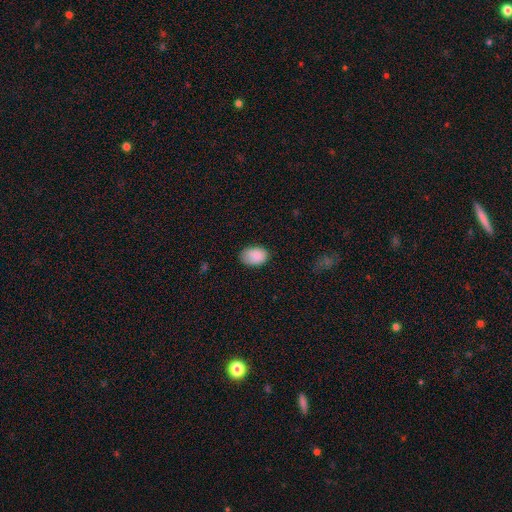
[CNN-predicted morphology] Smooth or featured? smooth (87%)
How rounded? in between (82%)
Merging? none (72%)